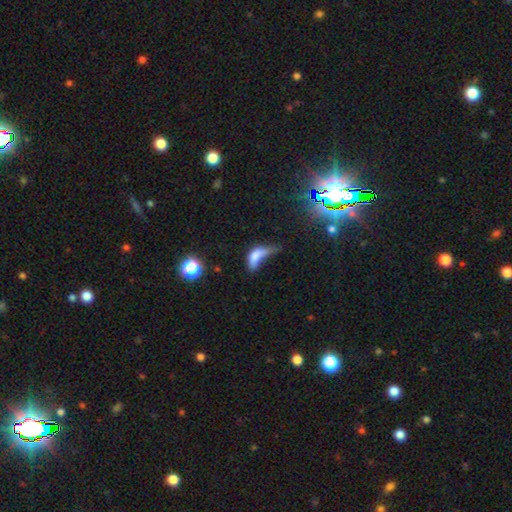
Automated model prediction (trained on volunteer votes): Morphology: type=smooth (61%); roundness=in between (75%); merging=major disturbance (50%).